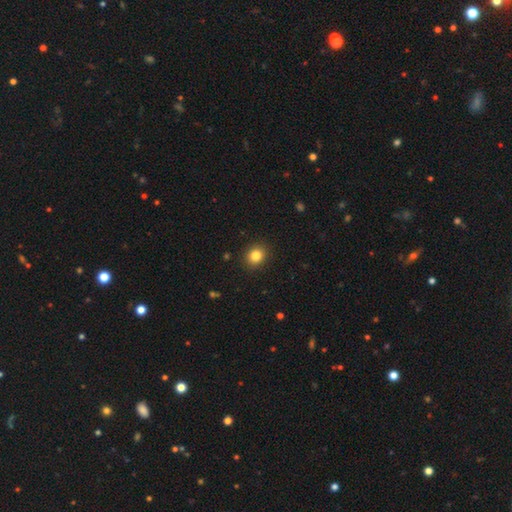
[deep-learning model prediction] Overall: smooth (84%). How rounded: round (69%; in between 31%). Merging: none (90%).